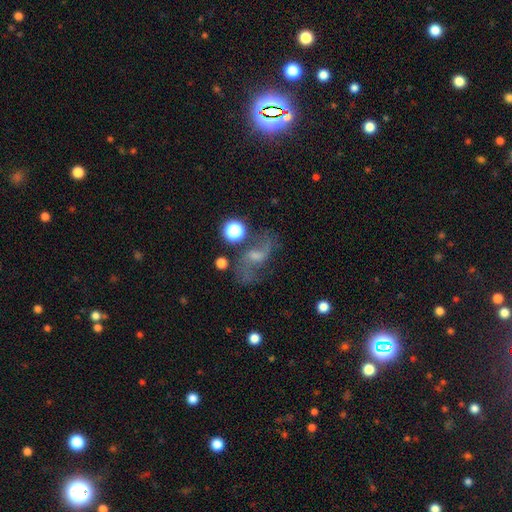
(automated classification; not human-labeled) This appears to be a featured or disk galaxy (65%) with a weak bar (49%), 2 (88%) loose (72%) spiral arms (87%) and a small central bulge (40%). Merging: none (56%).